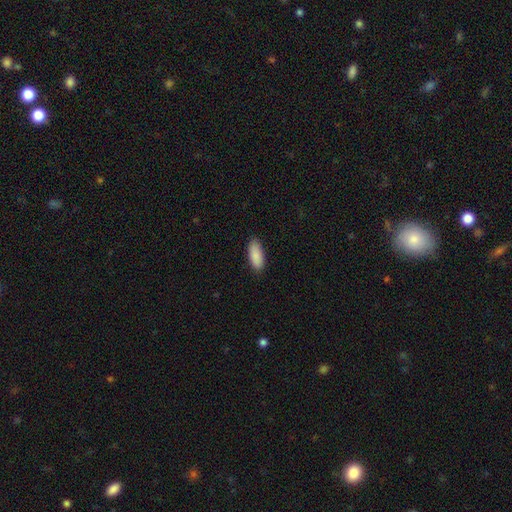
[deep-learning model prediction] smooth_or_featured: smooth (p=0.89) [alt: star or artifact p=0.06]
how_rounded: in between (p=0.81) [alt: cigar-shaped p=0.17]
merging: none (p=0.87) [alt: minor disturbance p=0.10]